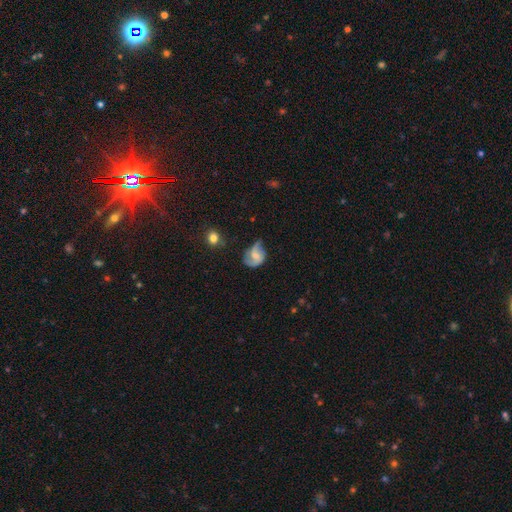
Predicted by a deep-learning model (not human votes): smooth-or-featured: featured or disk: 59% | smooth: 33% | star or artifact: 8%
  disk-edge-on: no: 97% | yes: 3%
    bar: no: 46% | weak: 43% | strong: 11%
    has-spiral-arms: yes: 86% | no: 14%
    bulge-size: small: 37% | moderate: 36% | none: 20% | large: 5% | dominant: 1%
  merging: none: 43% | minor disturbance: 33% | major disturbance: 20% | merger: 4%